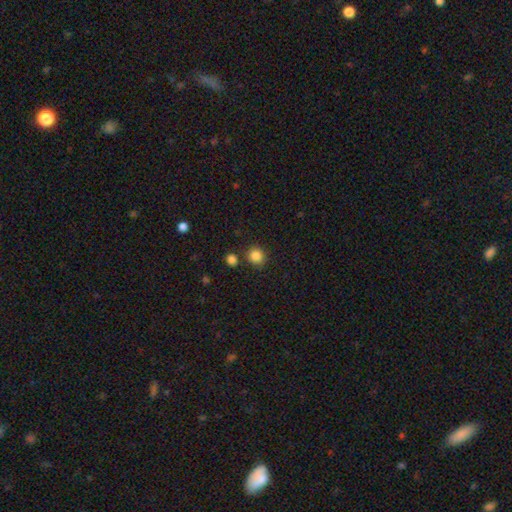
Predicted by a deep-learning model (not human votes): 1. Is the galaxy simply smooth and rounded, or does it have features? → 85% smooth, 11% star or artifact, 4% featured or disk.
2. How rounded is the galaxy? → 86% round, 13% in between, 1% cigar-shaped.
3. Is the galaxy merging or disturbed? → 81% none, 9% minor disturbance, 7% merger, 3% major disturbance.